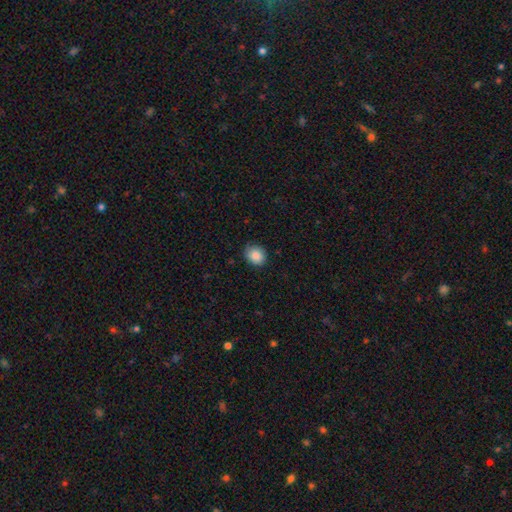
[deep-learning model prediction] A smooth galaxy with no disk features (87%) that is round (67%). Merging: none (76%).